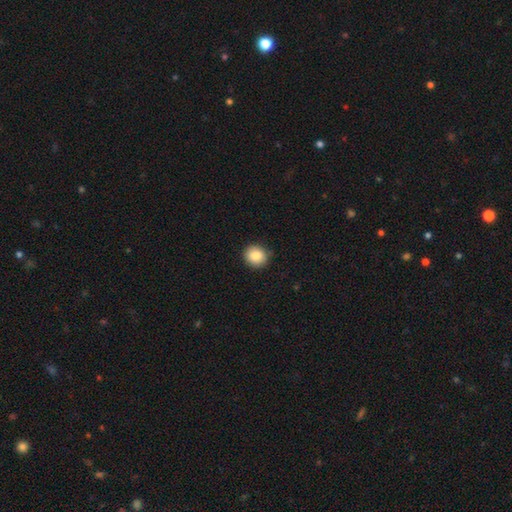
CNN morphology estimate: Smooth or featured? smooth (86%)
How rounded? round (84%)
Merging? none (85%)